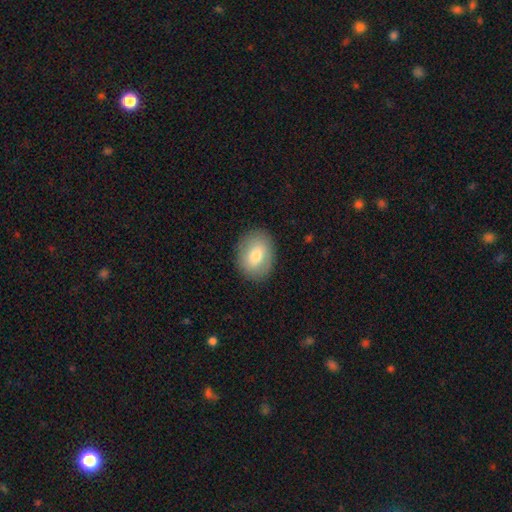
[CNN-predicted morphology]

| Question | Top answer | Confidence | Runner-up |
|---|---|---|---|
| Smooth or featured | smooth | 72% | featured or disk (20%) |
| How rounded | in between | 59% | round (39%) |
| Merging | none | 87% | minor disturbance (9%) |